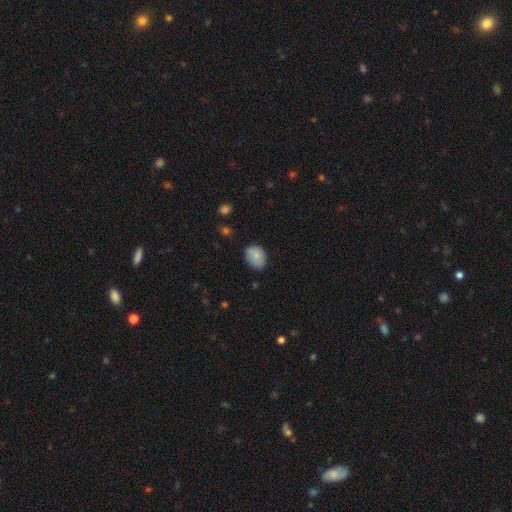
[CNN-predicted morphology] This appears to be a smooth galaxy with no disk features (83%) that is in between round and cigar-shaped (67%). Merging: none (74%).